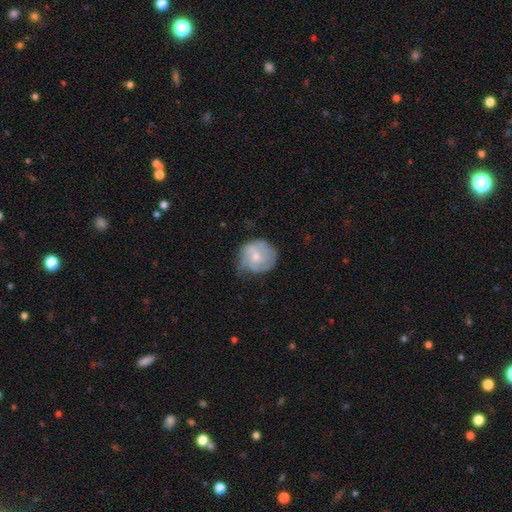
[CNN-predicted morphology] smooth_or_featured: featured or disk (p=0.61) [alt: smooth p=0.33]
disk_edge_on: no (p=0.98) [alt: yes p=0.02]
bar: no (p=0.60) [alt: weak p=0.35]
has_spiral_arms: yes (p=0.81) [alt: no p=0.19]
bulge_size: moderate (p=0.48) [alt: small p=0.44]
merging: none (p=0.56) [alt: minor disturbance p=0.30]